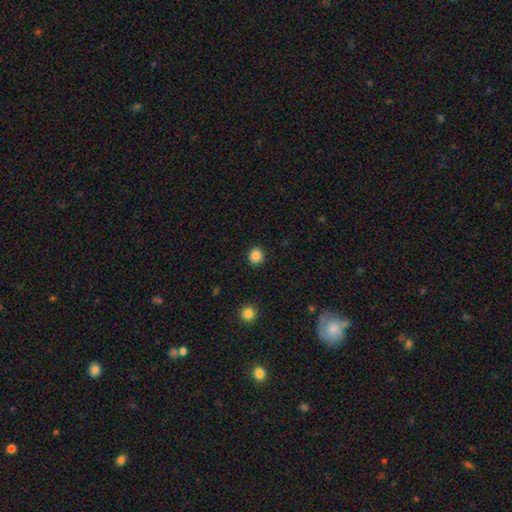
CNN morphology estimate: smooth 86%, star or artifact 11%, featured or disk 3%. Down the decision tree: how rounded — round (90%); merging — none (92%).